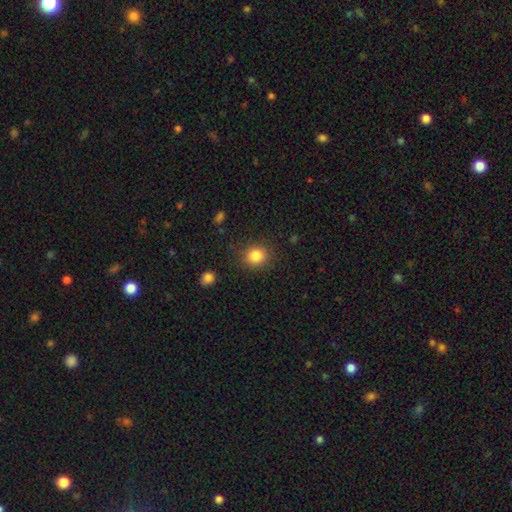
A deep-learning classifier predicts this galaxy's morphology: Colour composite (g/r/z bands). It shows a smooth galaxy with no disk features (85%) that is round (85%). Merging: none (87%).